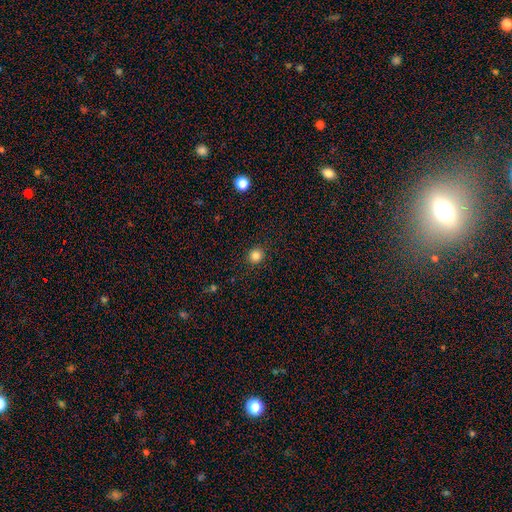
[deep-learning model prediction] Smooth or featured?
  - smooth: 84% *
  - star or artifact: 12%
  - featured or disk: 5%
How rounded?
  - round: 90% *
  - in between: 9%
  - cigar-shaped: 1%
Merging?
  - none: 92% *
  - minor disturbance: 5%
  - major disturbance: 2%
  - merger: 1%